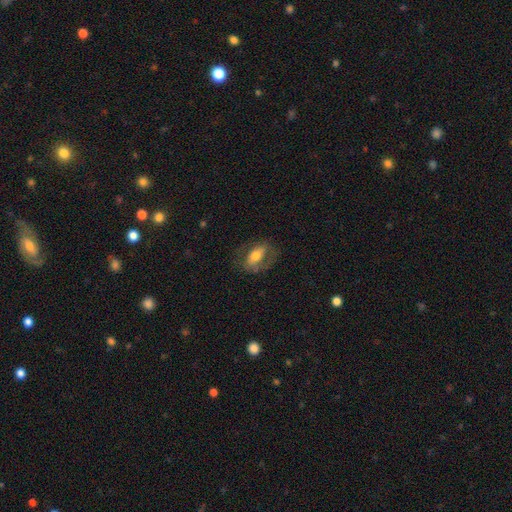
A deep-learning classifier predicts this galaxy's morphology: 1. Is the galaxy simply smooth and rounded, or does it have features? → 49% smooth, 44% featured or disk, 7% star or artifact.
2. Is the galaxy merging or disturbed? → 64% none, 20% minor disturbance, 15% major disturbance, 1% merger.